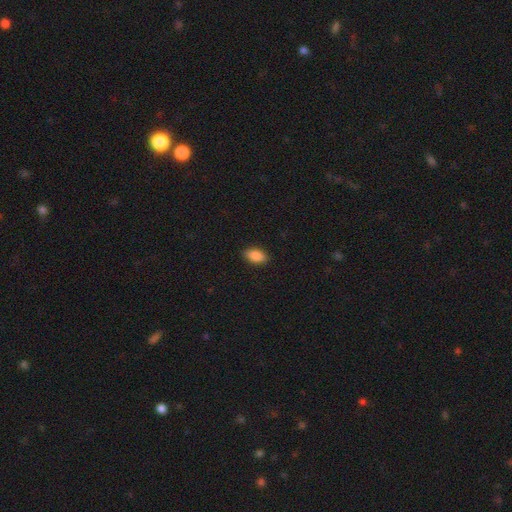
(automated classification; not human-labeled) Q: Smooth or featured?
A: smooth (87%); runner-up: star or artifact (7%)
Q: How rounded?
A: in between (92%); runner-up: round (5%)
Q: Merging?
A: none (88%); runner-up: minor disturbance (9%)